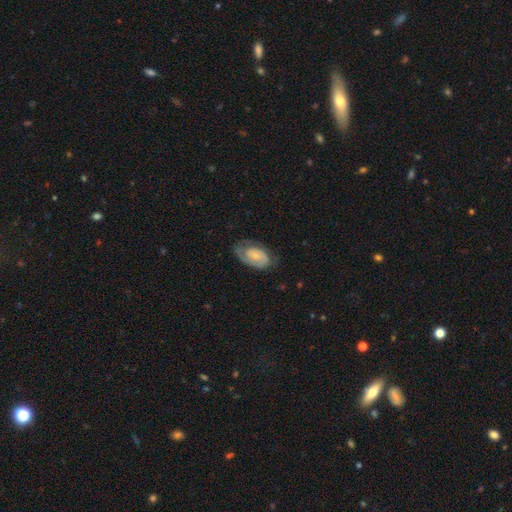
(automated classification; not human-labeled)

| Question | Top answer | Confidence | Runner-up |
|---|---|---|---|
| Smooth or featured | featured or disk | 65% | smooth (29%) |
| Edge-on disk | no | 96% | yes (4%) |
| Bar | no | 64% | weak (30%) |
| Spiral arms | yes | 88% | no (12%) |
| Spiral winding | tight | 56% | medium (32%) |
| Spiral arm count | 2 | 42% | 1 (37%) |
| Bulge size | small | 60% | moderate (23%) |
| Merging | none | 58% | minor disturbance (26%) |